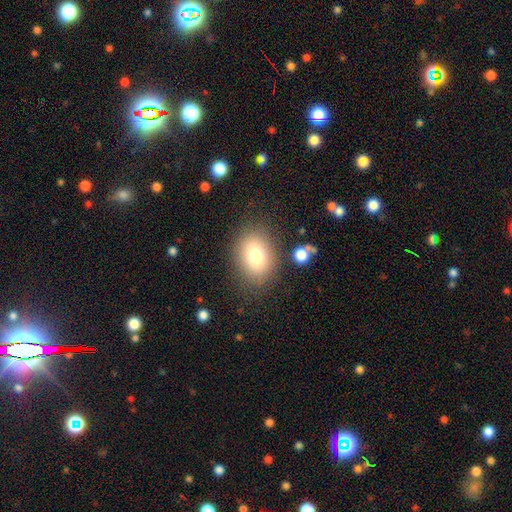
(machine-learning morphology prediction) Overall: smooth (77%). How rounded: in between (63%; round 36%). Merging: none (80%).